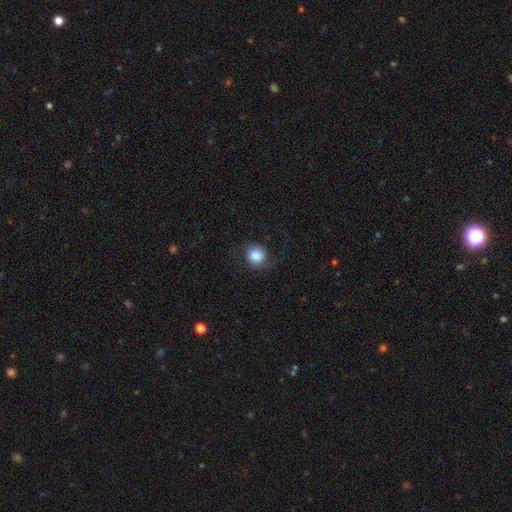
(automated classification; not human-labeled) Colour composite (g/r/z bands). It shows a smooth galaxy with no disk features (75%) that is round (82%). Merging: none (69%).